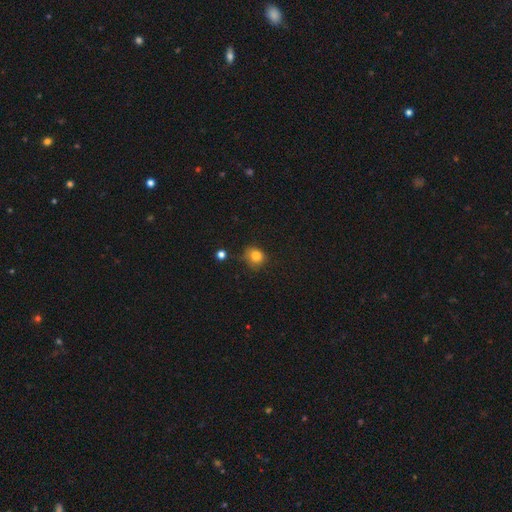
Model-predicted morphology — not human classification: This is clearly a smooth galaxy (82%). How rounded: likely round (79%). Merging: likely none (67%).